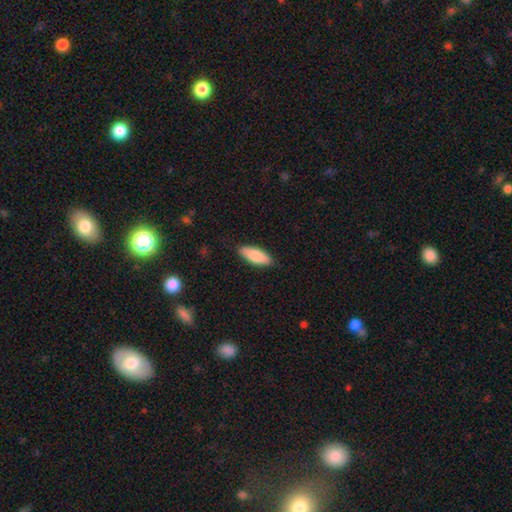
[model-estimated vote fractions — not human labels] Q: Smooth or featured?
A: smooth (85%); runner-up: featured or disk (10%)
Q: How rounded?
A: in between (72%); runner-up: cigar-shaped (26%)
Q: Merging?
A: none (84%); runner-up: minor disturbance (12%)